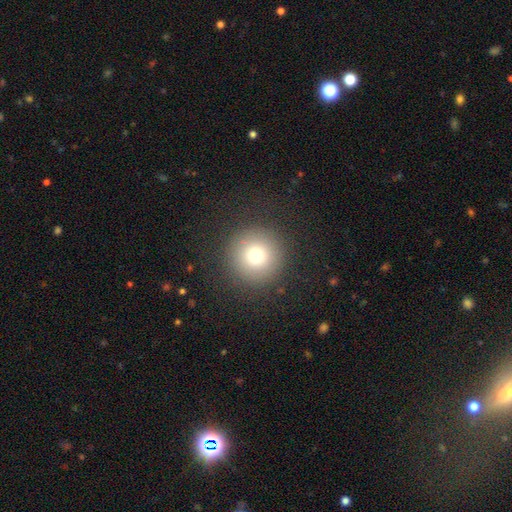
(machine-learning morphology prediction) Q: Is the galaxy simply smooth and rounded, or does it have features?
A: smooth — 76%.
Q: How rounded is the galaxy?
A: round — 96%.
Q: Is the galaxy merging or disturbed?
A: none — 90%.